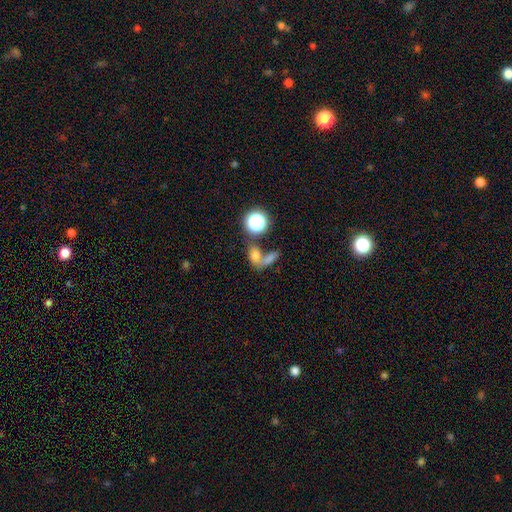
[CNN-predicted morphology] The model was most divided on "merging": merger: 53%, none: 29%, major disturbance: 9%, minor disturbance: 9%. More confident: smooth or featured — smooth (68%); how rounded — in between (66%).